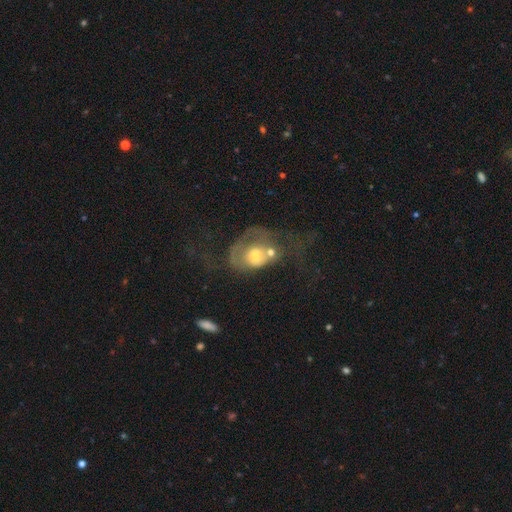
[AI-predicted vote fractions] A featured or disk galaxy (49%). Merging: major disturbance (39%).